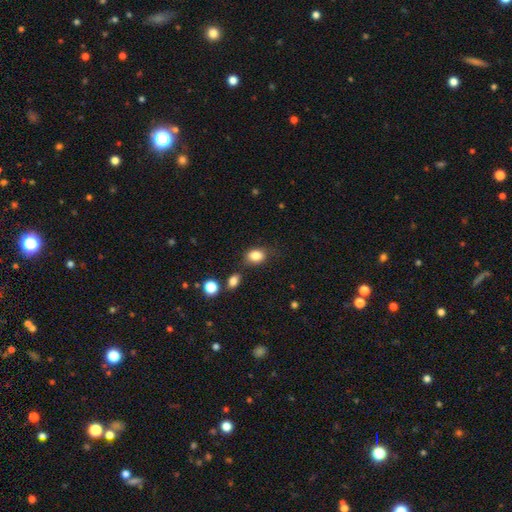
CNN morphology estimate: Smooth or featured: smooth — 84% (star or artifact — 9%)
How rounded: in between — 63% (round — 35%)
Merging: none — 71% (minor disturbance — 18%)